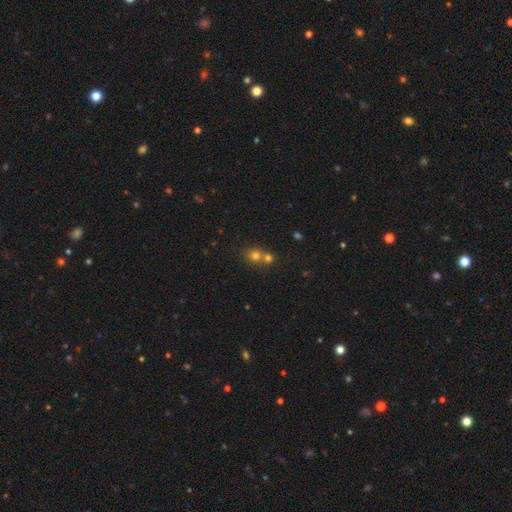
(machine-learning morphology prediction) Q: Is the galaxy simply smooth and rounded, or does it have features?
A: smooth — 71%.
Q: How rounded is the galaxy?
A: round — 81%.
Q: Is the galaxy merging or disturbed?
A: merger — 48%.